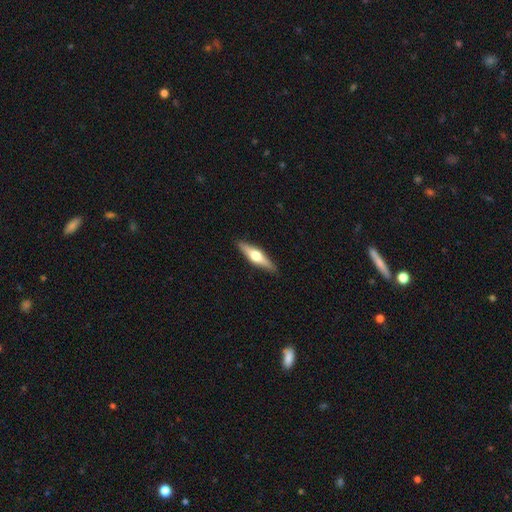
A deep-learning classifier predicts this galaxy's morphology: Smooth or featured: featured or disk — 61% (smooth — 34%)
Edge-on disk: yes — 96% (no — 4%)
Edge-on bulge: rounded — 95% (boxy — 3%)
Merging: none — 90% (minor disturbance — 7%)